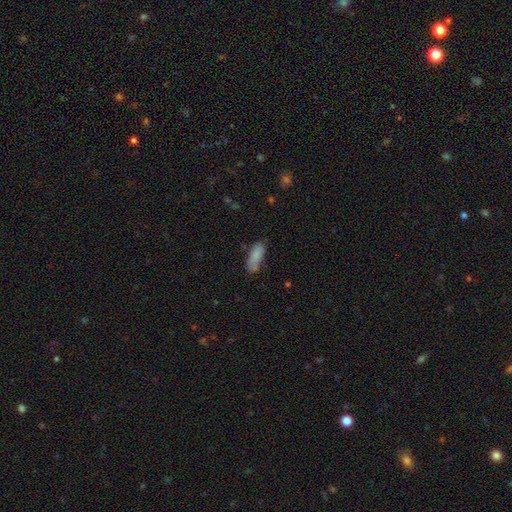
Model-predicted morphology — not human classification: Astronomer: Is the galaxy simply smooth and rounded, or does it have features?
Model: smooth — 85%.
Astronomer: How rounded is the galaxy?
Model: in between — 71%.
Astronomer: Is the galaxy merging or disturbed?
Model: none — 64%.